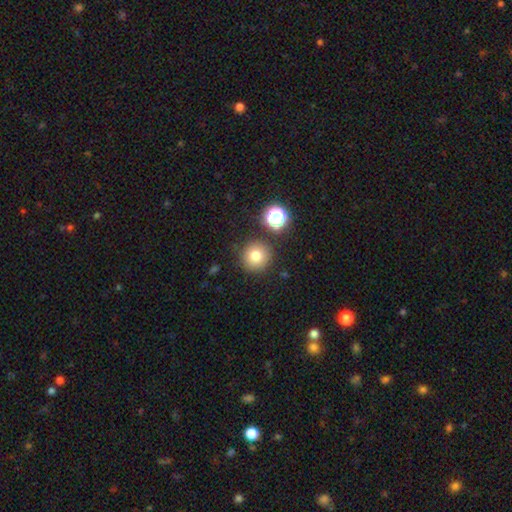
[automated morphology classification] smooth-or-featured: smooth: 77% | star or artifact: 14% | featured or disk: 9%
  how-rounded: round: 94% | in between: 5% | cigar-shaped: 1%
  merging: none: 85% | minor disturbance: 7% | merger: 5% | major disturbance: 3%